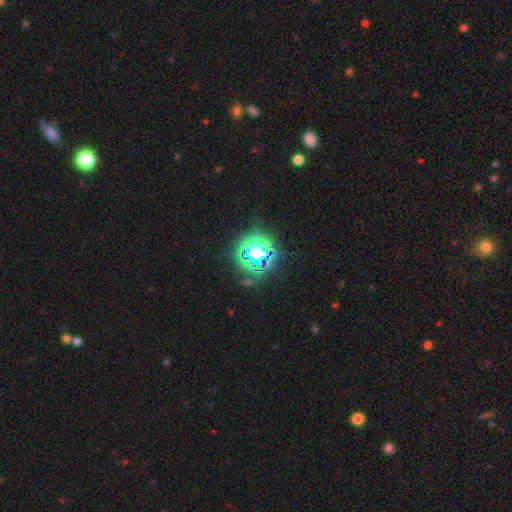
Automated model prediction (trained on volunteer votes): Smooth or featured?
  - star or artifact: 70% *
  - smooth: 19%
  - featured or disk: 11%